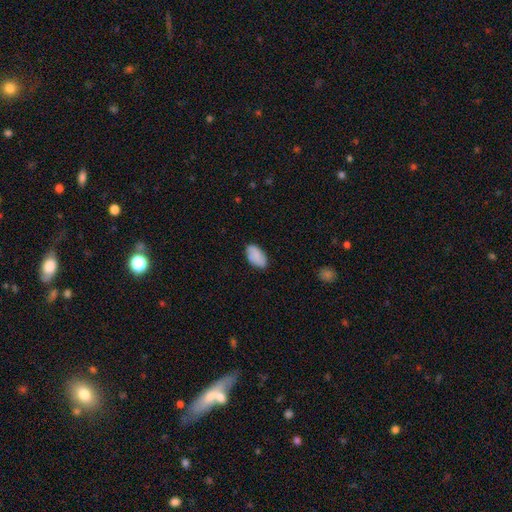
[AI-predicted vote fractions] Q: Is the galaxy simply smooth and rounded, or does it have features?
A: smooth — 81%.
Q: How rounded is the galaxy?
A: in between — 94%.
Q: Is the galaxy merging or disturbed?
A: none — 83%.